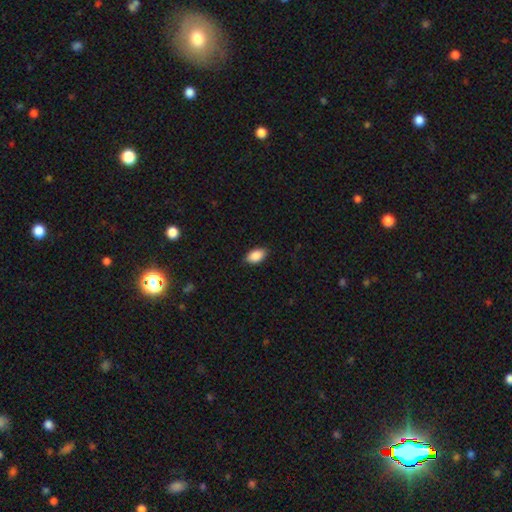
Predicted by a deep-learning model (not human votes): Overall: smooth (89%). How rounded: in between (93%). Merging: none (87%).